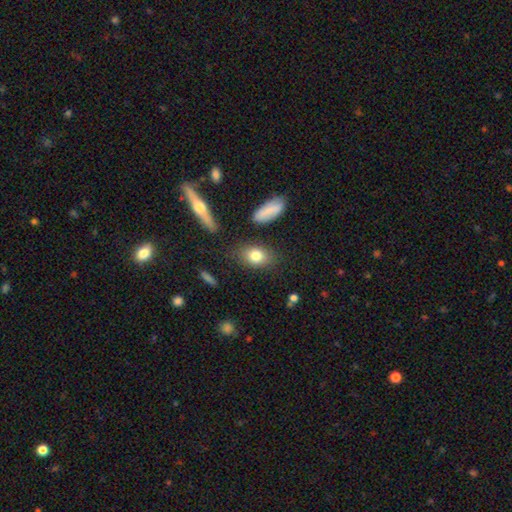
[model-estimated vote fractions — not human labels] Smooth or featured: smooth — 79% (featured or disk — 13%)
How rounded: in between — 76% (round — 20%)
Merging: none — 79% (minor disturbance — 13%)